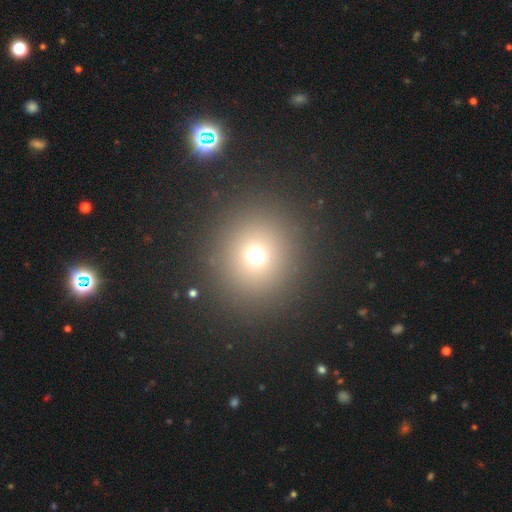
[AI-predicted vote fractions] Smooth or featured? smooth (67%)
How rounded? round (89%)
Merging? none (86%)